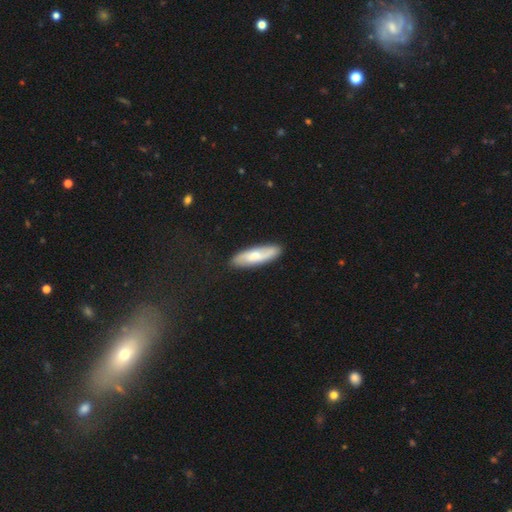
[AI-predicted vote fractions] Smooth or featured? Predicted: smooth (p=0.59). How rounded? Predicted: cigar-shaped (p=0.55). Merging? Predicted: none (p=0.87).